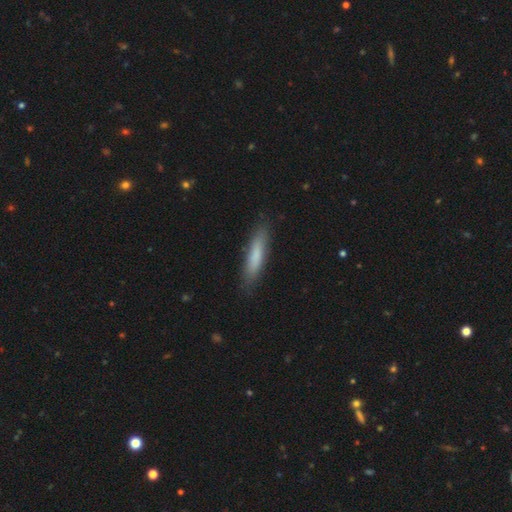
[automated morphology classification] Smooth or featured: smooth — 78% (featured or disk — 16%)
How rounded: cigar-shaped — 82% (in between — 16%)
Merging: none — 85% (minor disturbance — 11%)